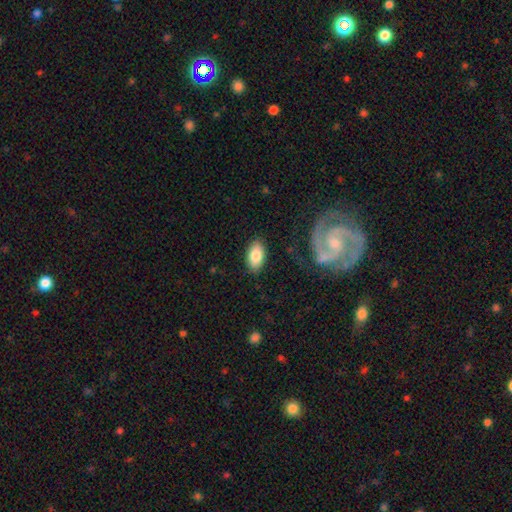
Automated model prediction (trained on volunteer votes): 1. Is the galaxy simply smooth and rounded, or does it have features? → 83% smooth, 11% featured or disk, 7% star or artifact.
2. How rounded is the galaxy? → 93% in between, 5% round, 2% cigar-shaped.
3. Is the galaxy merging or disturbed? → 86% none, 10% minor disturbance, 3% major disturbance, 2% merger.